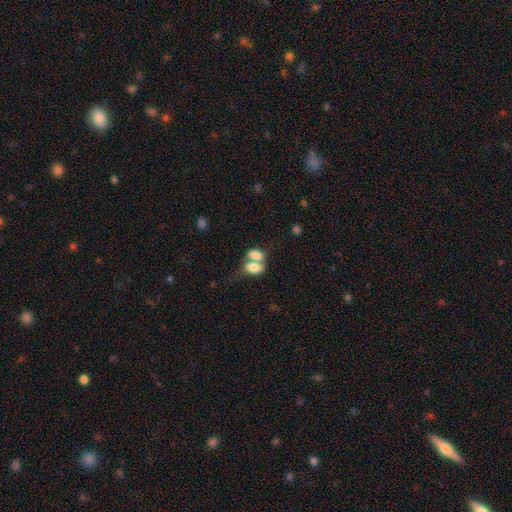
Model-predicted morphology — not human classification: Smooth or featured? smooth (75%)
How rounded? in between (86%)
Merging? merger (70%)